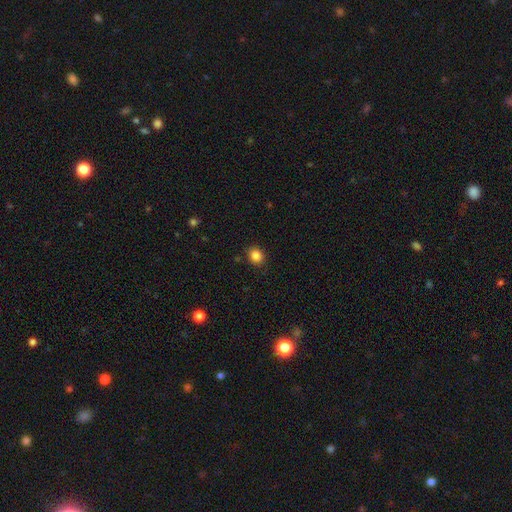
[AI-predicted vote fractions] This appears to be a smooth galaxy with no disk features (85%) that is round (68%). Merging: none (88%).